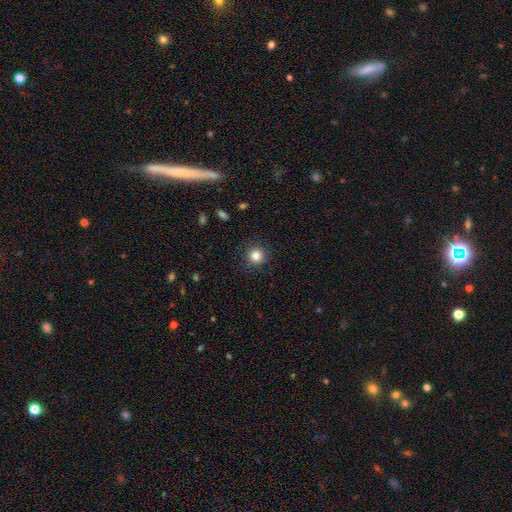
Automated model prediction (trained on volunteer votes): Smooth or featured? Predicted: smooth (p=0.84). How rounded? Predicted: round (p=0.92). Merging? Predicted: none (p=0.89).